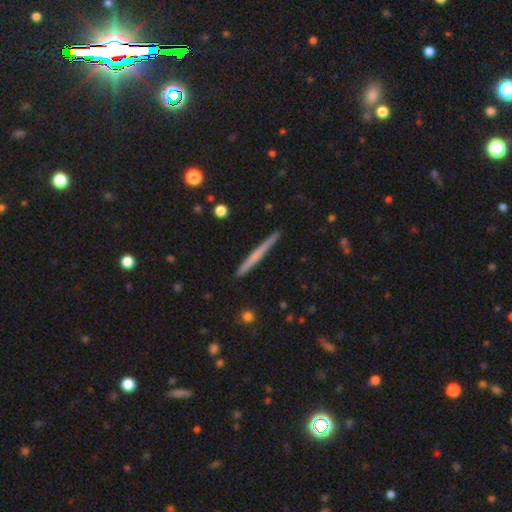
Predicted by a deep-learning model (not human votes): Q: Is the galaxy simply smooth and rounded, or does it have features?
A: smooth — 48%.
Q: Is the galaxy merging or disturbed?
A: none — 92%.